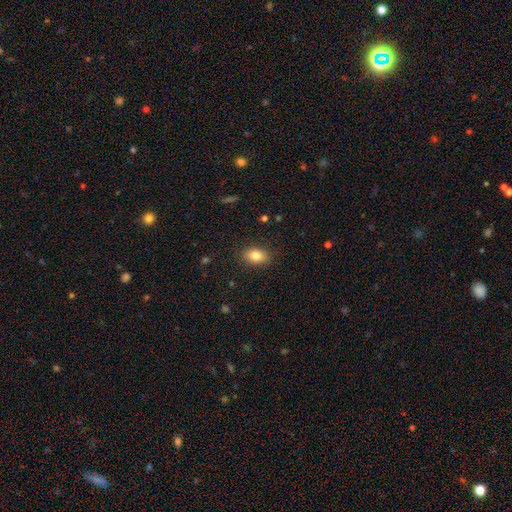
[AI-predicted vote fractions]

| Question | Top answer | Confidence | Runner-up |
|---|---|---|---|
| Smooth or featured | smooth | 83% | star or artifact (9%) |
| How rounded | in between | 85% | round (13%) |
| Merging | none | 87% | minor disturbance (9%) |